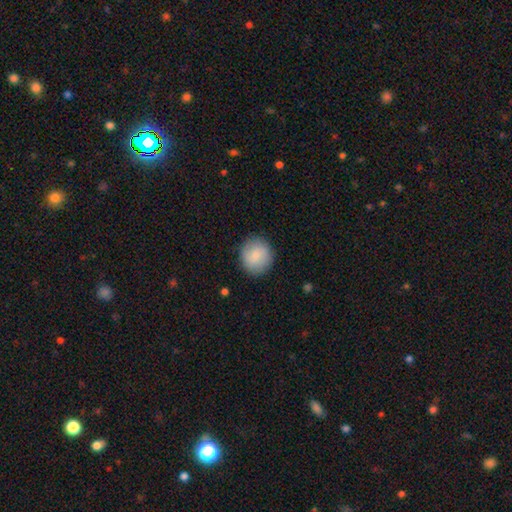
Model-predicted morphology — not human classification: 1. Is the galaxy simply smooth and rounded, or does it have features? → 83% smooth, 11% featured or disk, 7% star or artifact.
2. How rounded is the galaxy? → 90% round, 9% in between, 1% cigar-shaped.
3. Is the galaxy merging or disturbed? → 88% none, 8% minor disturbance, 2% major disturbance, 1% merger.